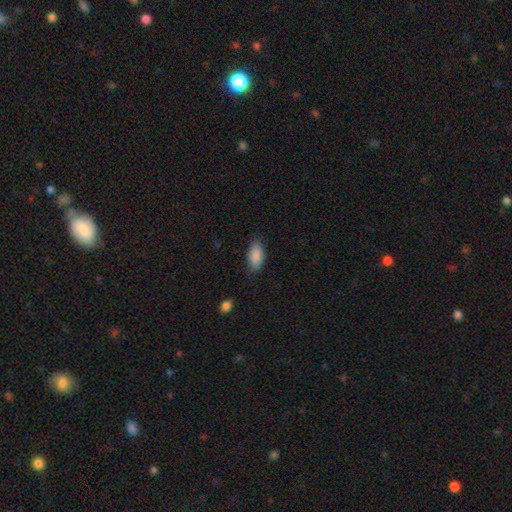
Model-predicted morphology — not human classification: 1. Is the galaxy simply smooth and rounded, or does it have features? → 89% smooth, 7% star or artifact, 5% featured or disk.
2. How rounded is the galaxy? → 92% in between, 6% cigar-shaped, 3% round.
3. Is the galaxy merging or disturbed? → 80% none, 16% minor disturbance, 3% major disturbance, 1% merger.